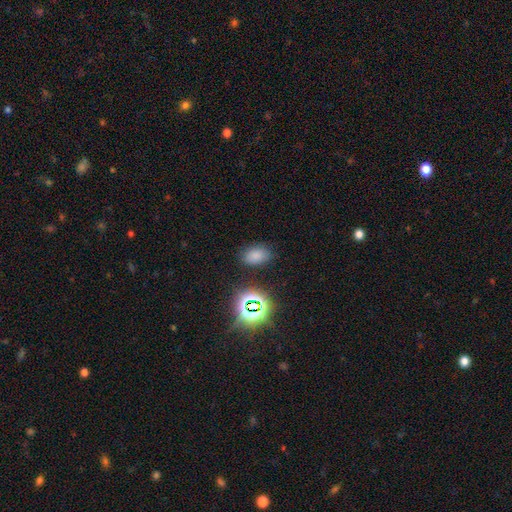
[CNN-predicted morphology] Overall: smooth (72%). How rounded: in between (86%). Merging: none (82%).